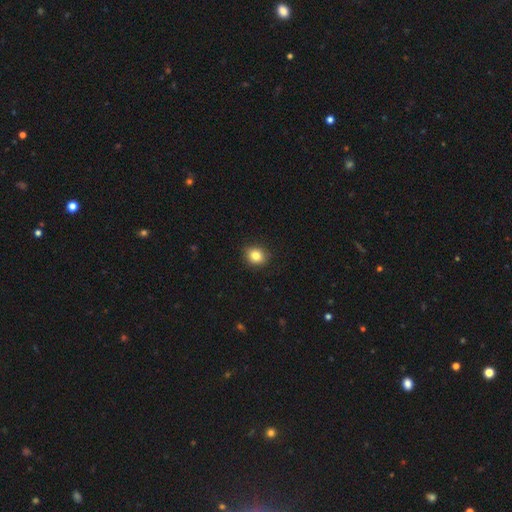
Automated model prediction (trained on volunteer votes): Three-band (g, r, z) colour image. It shows a smooth galaxy with no disk features (83%) that is round (72%). Merging: none (88%).